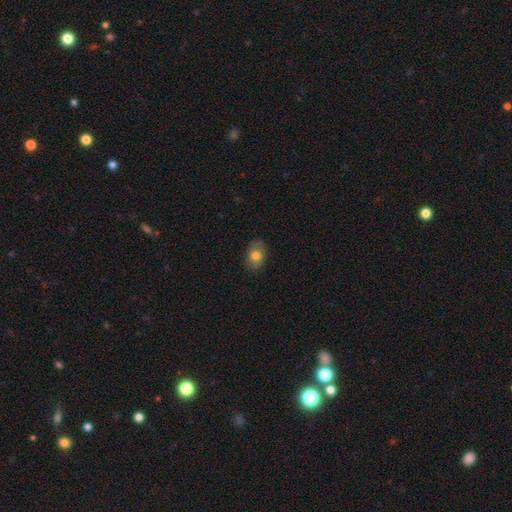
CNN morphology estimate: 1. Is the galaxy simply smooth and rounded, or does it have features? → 74% smooth, 17% featured or disk, 9% star or artifact.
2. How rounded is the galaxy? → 71% in between, 27% round, 1% cigar-shaped.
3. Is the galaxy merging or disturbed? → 81% none, 14% minor disturbance, 3% major disturbance, 1% merger.